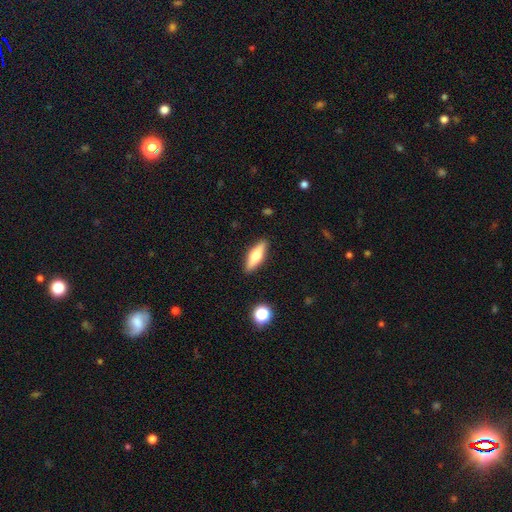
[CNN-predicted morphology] smooth-or-featured: smooth: 47% | featured or disk: 46% | star or artifact: 7%
  merging: none: 89% | minor disturbance: 8% | major disturbance: 2% | merger: 1%